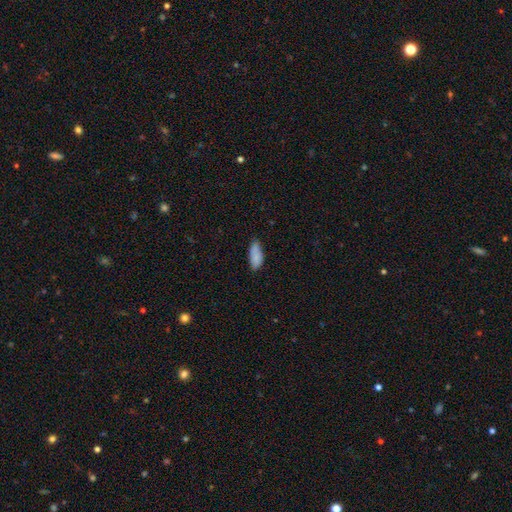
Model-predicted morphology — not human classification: smooth 85%, featured or disk 9%, star or artifact 7%. Down the decision tree: how rounded — in between (82%); merging — none (71%).